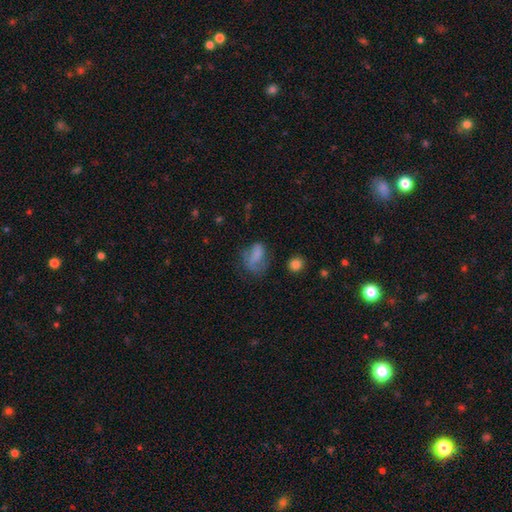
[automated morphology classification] This appears to be a smooth galaxy with no disk features (66%) that is in between round and cigar-shaped (80%). Merging: none (36%).